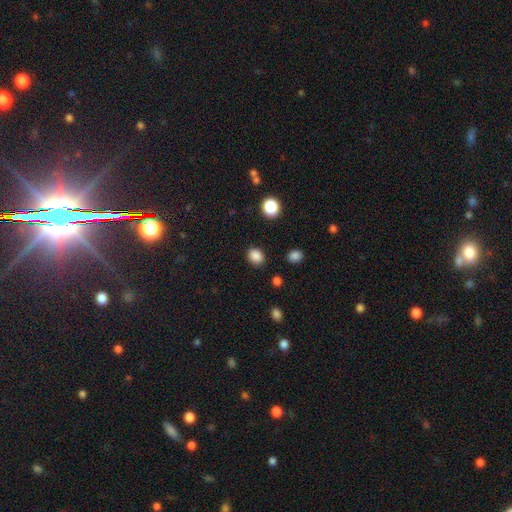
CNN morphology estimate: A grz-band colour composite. It shows a smooth galaxy with no disk features (86%) that is round (58%). Merging: none (86%).